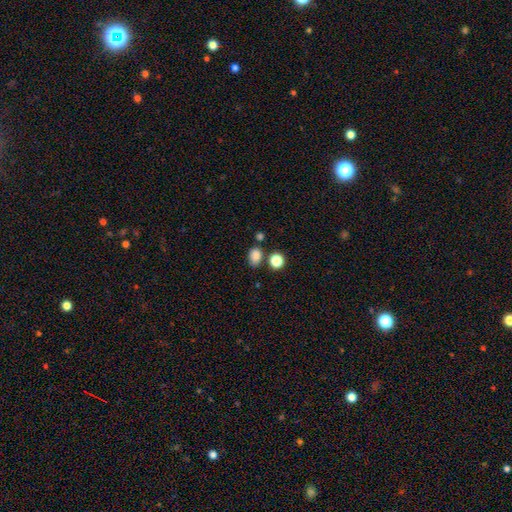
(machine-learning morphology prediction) A smooth galaxy with no disk features (84%) that is in between round and cigar-shaped (67%).

Vote fractions:
- Smooth or featured? smooth: 84% / star or artifact: 12% / featured or disk: 4%
- How rounded? in between: 67% / round: 32% / cigar-shaped: 1%
- Merging? none: 72% / minor disturbance: 13% / merger: 11% / major disturbance: 4%